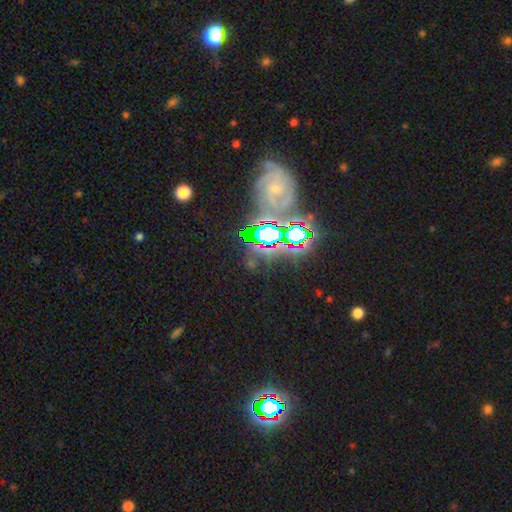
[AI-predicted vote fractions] Smooth or featured? Predicted: star or artifact (p=0.64).